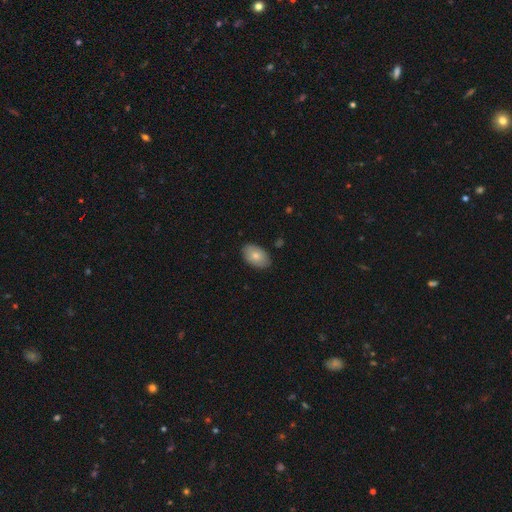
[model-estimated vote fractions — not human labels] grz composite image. It shows a smooth galaxy with no disk features (78%) that is in between round and cigar-shaped (92%). Merging: none (86%).